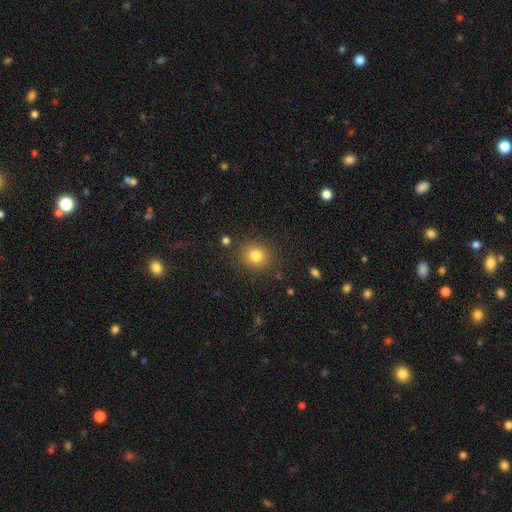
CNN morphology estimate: This appears to be a smooth galaxy with no disk features (80%) that is round (80%). Merging: none (86%).